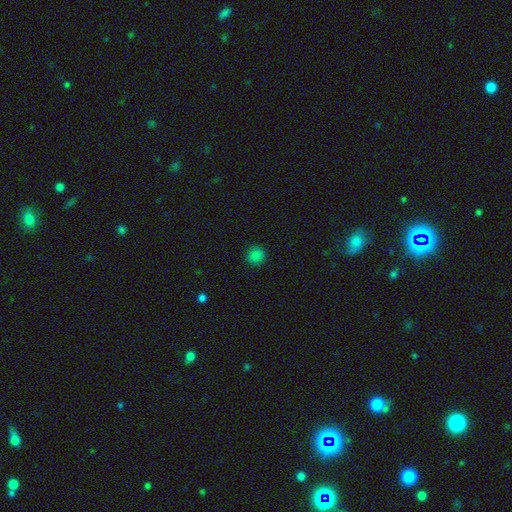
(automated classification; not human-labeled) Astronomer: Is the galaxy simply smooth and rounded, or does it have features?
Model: smooth — 83%.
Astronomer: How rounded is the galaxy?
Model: round — 93%.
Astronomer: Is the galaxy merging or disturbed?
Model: none — 92%.